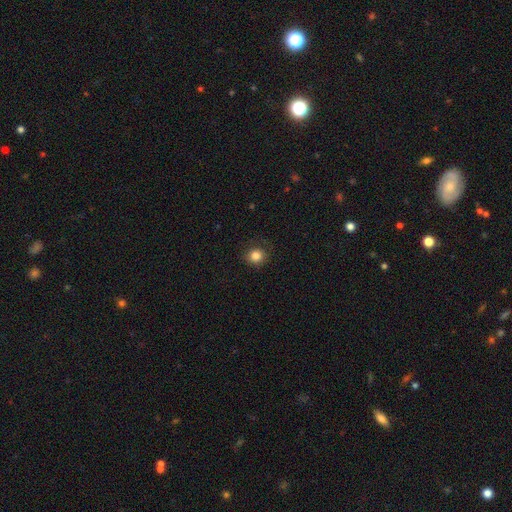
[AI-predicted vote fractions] smooth 83%, star or artifact 11%, featured or disk 5%. Down the decision tree: how rounded — round (88%); merging — none (83%).